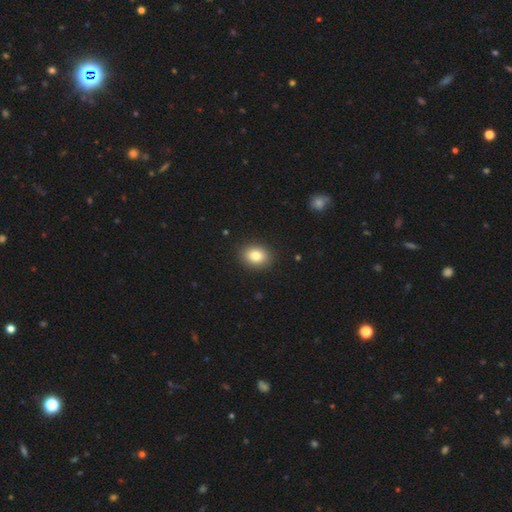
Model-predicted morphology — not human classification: smooth 82%, star or artifact 10%, featured or disk 8%. Down the decision tree: how rounded — in between (58%); merging — none (90%).